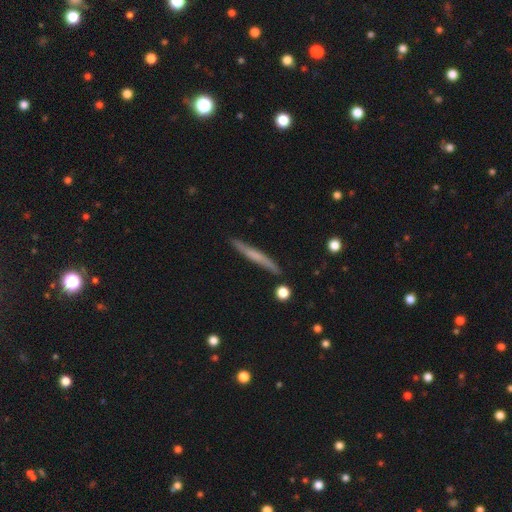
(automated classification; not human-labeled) smooth-or-featured: smooth: 48% | featured or disk: 46% | star or artifact: 6%
  merging: none: 87% | minor disturbance: 10% | merger: 2% | major disturbance: 2%